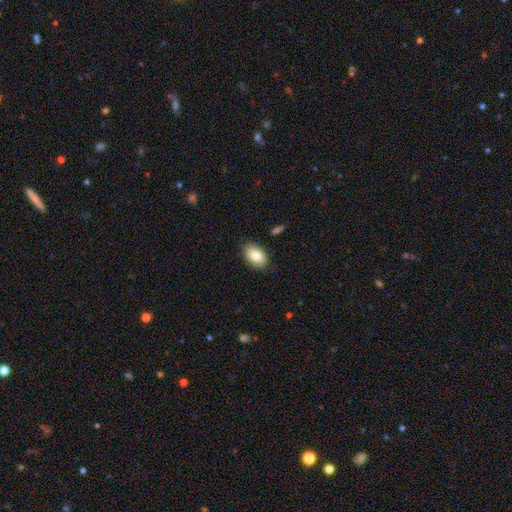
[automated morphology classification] type=smooth (80%); roundness=in between (87%); merging=none (86%).